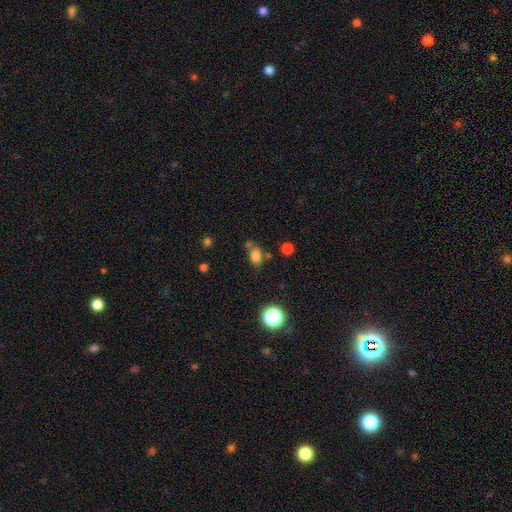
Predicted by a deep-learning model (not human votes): Smooth or featured: smooth — 77% (star or artifact — 15%)
How rounded: in between — 71% (round — 27%)
Merging: none — 58% (merger — 19%)